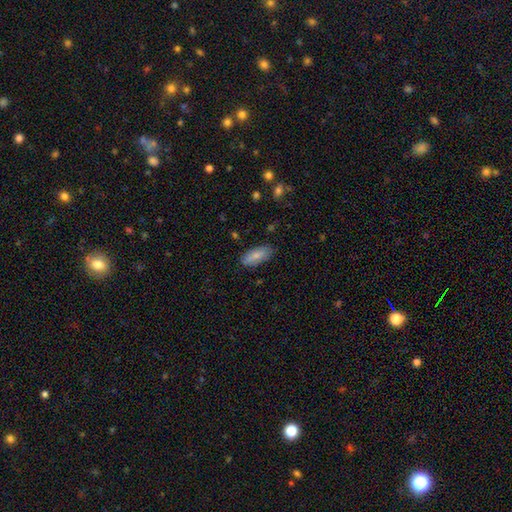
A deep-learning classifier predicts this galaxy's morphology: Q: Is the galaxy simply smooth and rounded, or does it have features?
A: smooth — 80%.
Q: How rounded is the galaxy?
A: in between — 87%.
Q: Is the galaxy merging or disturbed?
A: none — 81%.